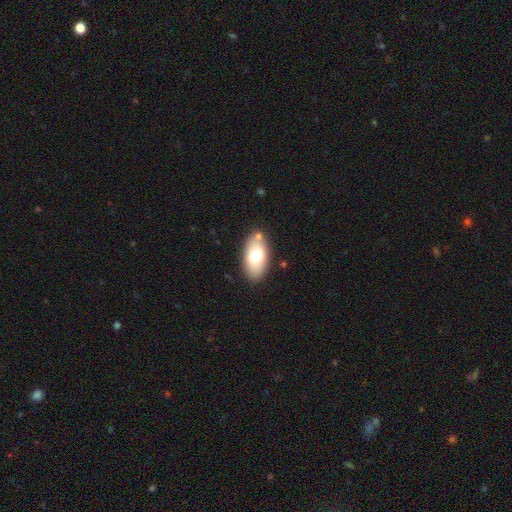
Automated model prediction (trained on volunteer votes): smooth-or-featured: smooth: 71% | featured or disk: 21% | star or artifact: 8%
  how-rounded: in between: 93% | round: 4% | cigar-shaped: 3%
  merging: none: 79% | minor disturbance: 12% | merger: 6% | major disturbance: 3%